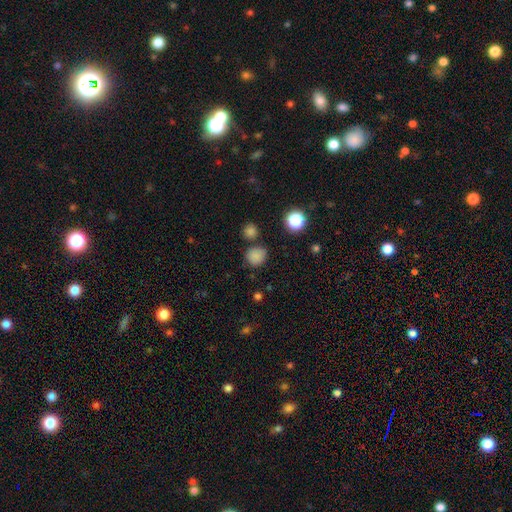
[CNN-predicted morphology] smooth 80%, star or artifact 16%, featured or disk 4%. Down the decision tree: how rounded — round (84%); merging — none (74%).